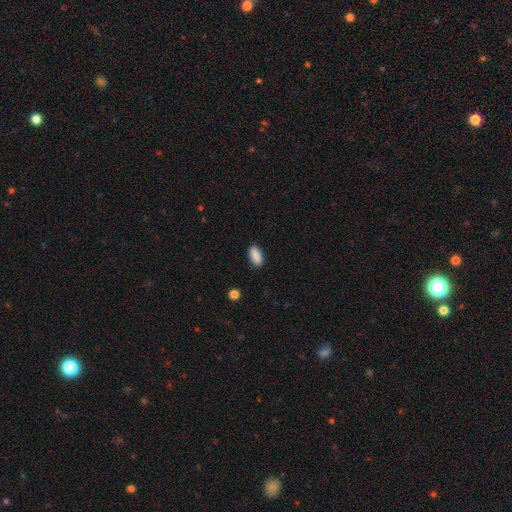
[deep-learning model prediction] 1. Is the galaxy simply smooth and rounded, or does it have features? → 89% smooth, 7% star or artifact, 4% featured or disk.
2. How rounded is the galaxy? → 84% in between, 13% cigar-shaped, 2% round.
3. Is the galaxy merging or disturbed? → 87% none, 9% minor disturbance, 2% major disturbance, 1% merger.